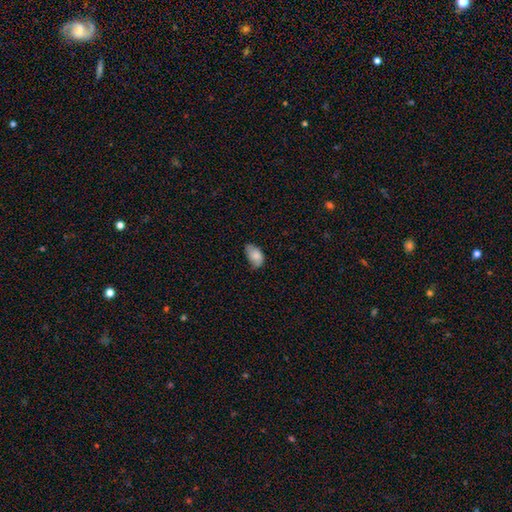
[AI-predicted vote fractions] The model was most divided on "merging": none: 52%, minor disturbance: 37%, major disturbance: 9%, merger: 2%. More confident: how rounded — in between (91%); smooth or featured — smooth (80%).